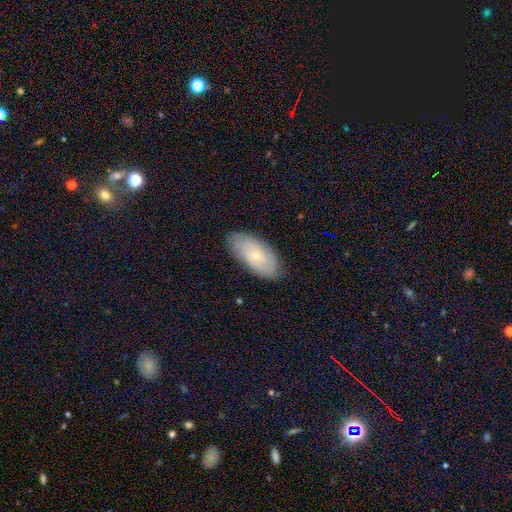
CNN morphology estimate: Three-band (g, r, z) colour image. It shows a featured or disk galaxy (53%). Merging: none (80%).